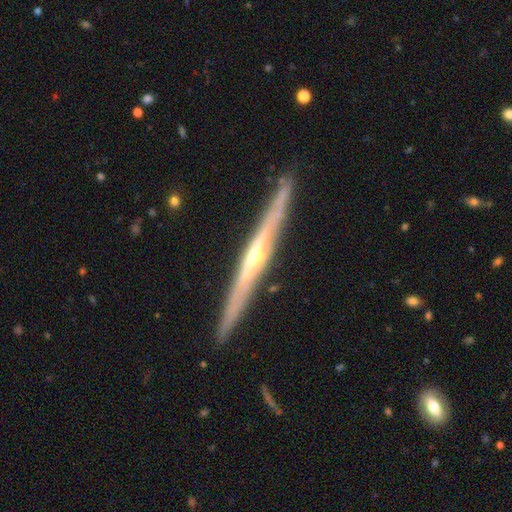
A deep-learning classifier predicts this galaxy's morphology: A featured or disk galaxy (83%) viewed edge-on (97%) with a rounded central bulge (79%).

Vote fractions:
- Smooth or featured? featured or disk: 83% / smooth: 12% / star or artifact: 5%
- Edge-on disk? yes: 97% / no: 3%
- Edge-on bulge? rounded: 79% / none: 17% / boxy: 4%
- Merging? none: 90% / minor disturbance: 7% / major disturbance: 1% / merger: 1%